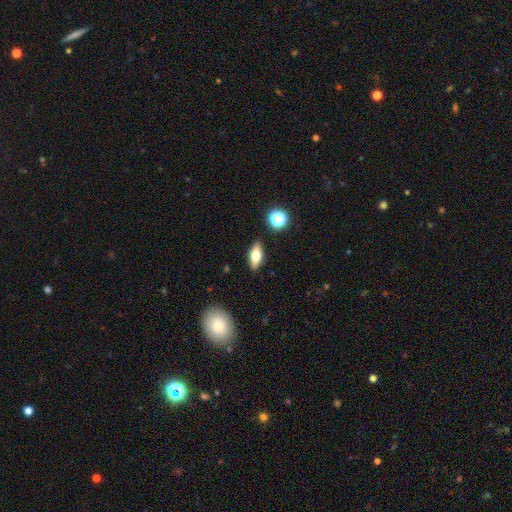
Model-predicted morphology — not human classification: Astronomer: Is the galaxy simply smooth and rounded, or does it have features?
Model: smooth — 60%.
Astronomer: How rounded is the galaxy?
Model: in between — 71%.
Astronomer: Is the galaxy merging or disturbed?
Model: none — 87%.